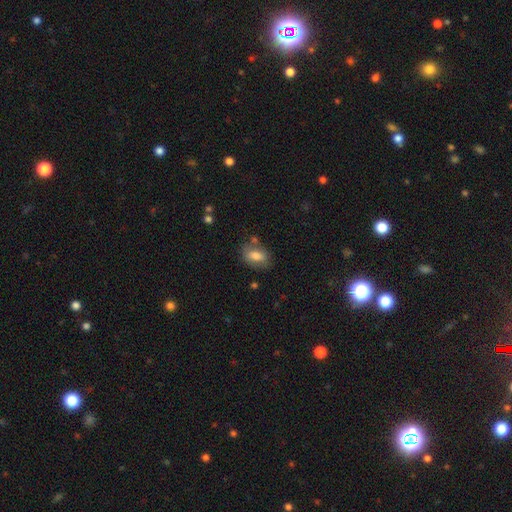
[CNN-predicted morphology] This is likely a smooth galaxy (74%). How rounded: clearly in between (84%). Merging: likely none (68%).